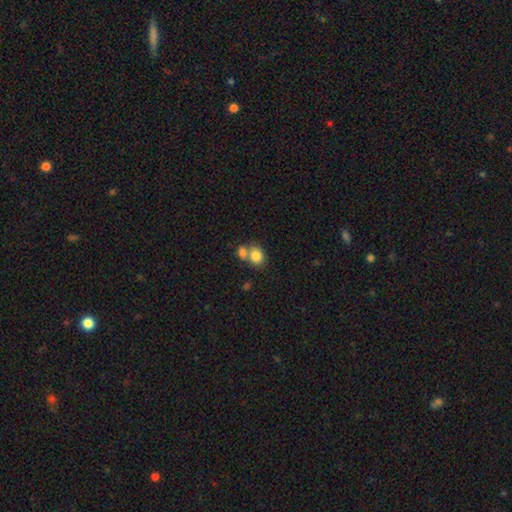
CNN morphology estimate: Overall: smooth (81%). How rounded: round (58%; in between 41%). Merging: merger (50%; none 38%).